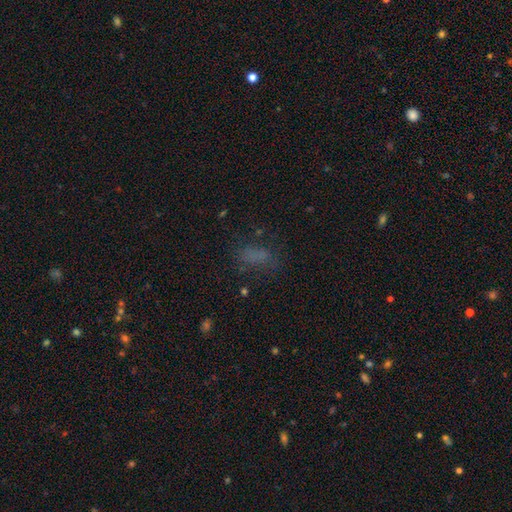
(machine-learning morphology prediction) type=smooth (65%); roundness=in between (80%); merging=none (64%).